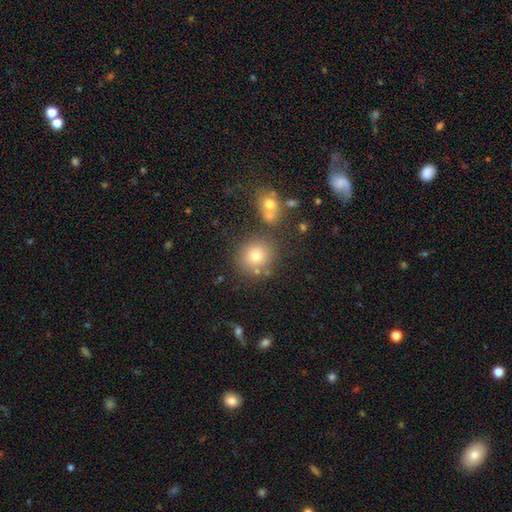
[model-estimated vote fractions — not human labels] A smooth galaxy with no disk features (74%) that is round (88%).

Vote fractions:
- Smooth or featured? smooth: 74% / star or artifact: 16% / featured or disk: 10%
- How rounded? round: 88% / in between: 11% / cigar-shaped: 1%
- Merging? none: 77% / merger: 11% / minor disturbance: 9% / major disturbance: 4%